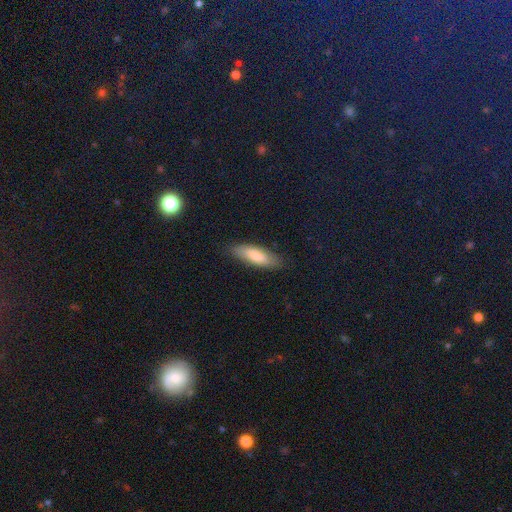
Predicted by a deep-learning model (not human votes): This is clearly a smooth galaxy (81%). How rounded: possibly in between (55%). Merging: clearly none (84%).